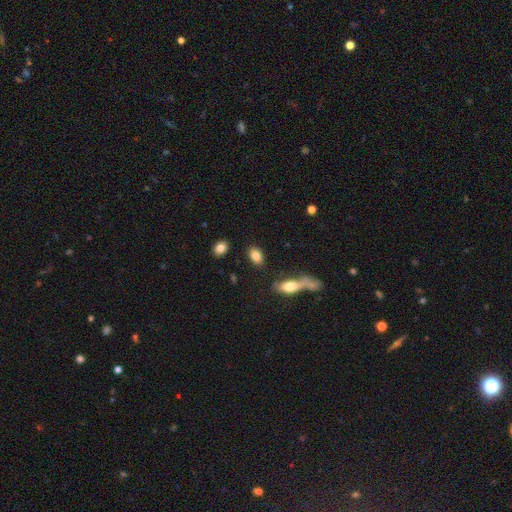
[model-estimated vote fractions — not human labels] smooth 84%, featured or disk 8%, star or artifact 8%. Down the decision tree: how rounded — in between (86%); merging — none (81%).